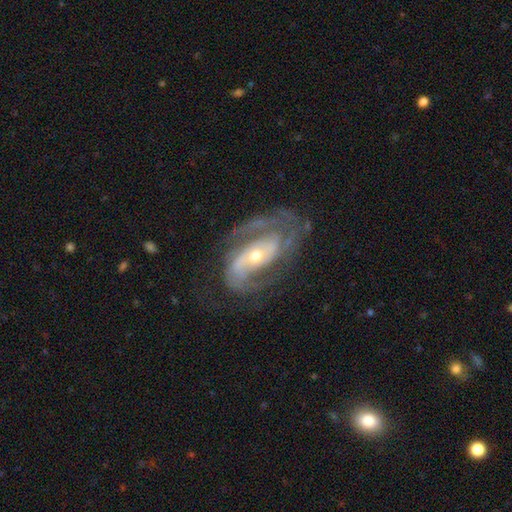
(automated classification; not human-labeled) The model was most divided on "spiral winding": medium: 44%, tight: 39%, loose: 17%. Remaining: edge-on disk — no (95%); spiral arms — yes (93%); smooth or featured — featured or disk (86%); spiral arm count — 2 (66%); merging — none (60%); bulge size — small (51%); bar — no (44%).